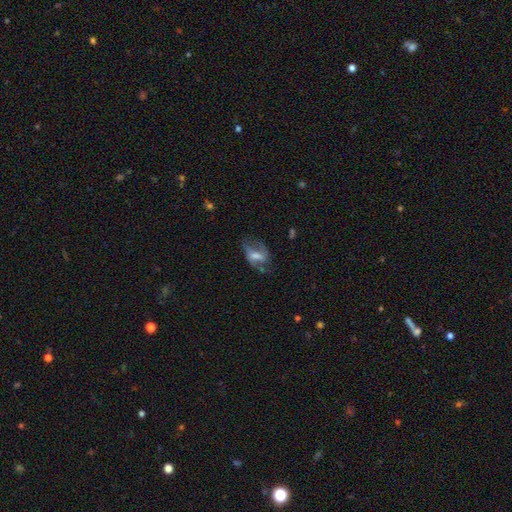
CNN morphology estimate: featured or disk 63%, smooth 28%, star or artifact 9%. Down the decision tree: edge-on disk — no (93%); bar — weak (42%); spiral arms — yes (73%); bulge size — moderate (38%); merging — none (50%).